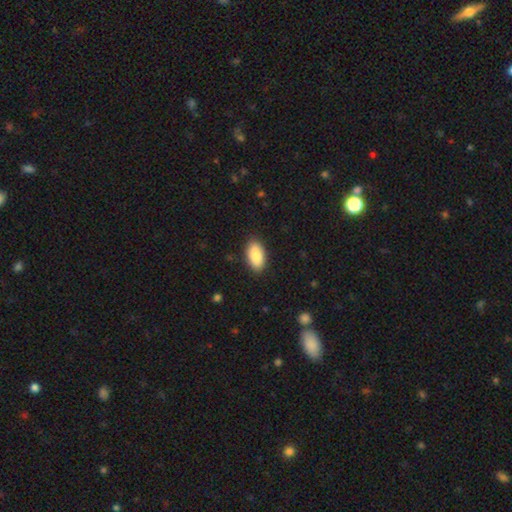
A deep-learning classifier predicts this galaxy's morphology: Smooth or featured?
  - smooth: 90% *
  - star or artifact: 6%
  - featured or disk: 4%
How rounded?
  - in between: 95% *
  - cigar-shaped: 3%
  - round: 2%
Merging?
  - none: 88% *
  - minor disturbance: 8%
  - major disturbance: 2%
  - merger: 1%